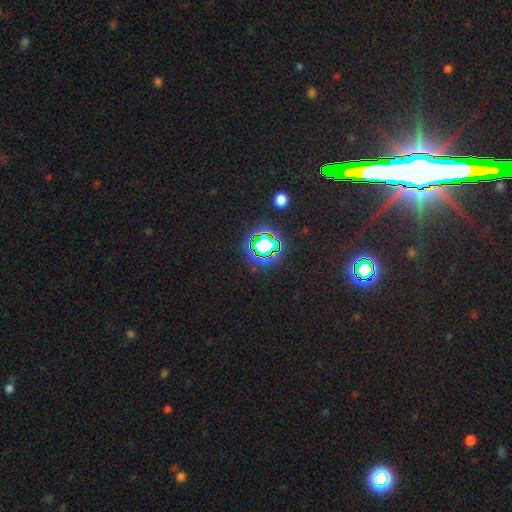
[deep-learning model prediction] Smooth or featured? star or artifact (80%)